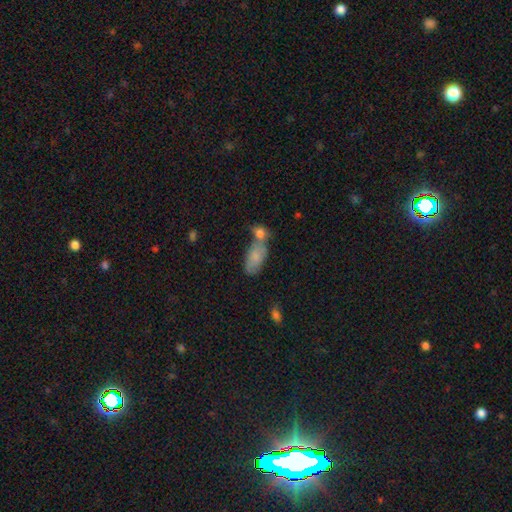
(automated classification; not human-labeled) A smooth galaxy with no disk features (72%) that is in between round and cigar-shaped (90%).

Vote fractions:
- Smooth or featured? smooth: 72% / featured or disk: 19% / star or artifact: 9%
- How rounded? in between: 90% / cigar-shaped: 6% / round: 4%
- Merging? merger: 38% / none: 37% / minor disturbance: 17% / major disturbance: 7%